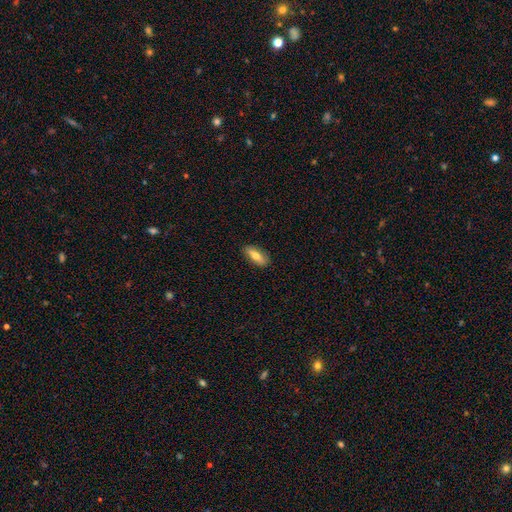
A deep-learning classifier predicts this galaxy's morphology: Smooth or featured?
  - smooth: 69% *
  - featured or disk: 25%
  - star or artifact: 6%
How rounded?
  - in between: 74% *
  - cigar-shaped: 23%
  - round: 3%
Merging?
  - none: 87% *
  - minor disturbance: 10%
  - major disturbance: 2%
  - merger: 1%